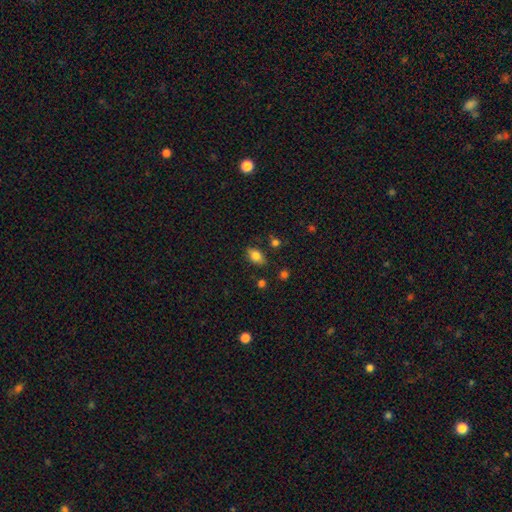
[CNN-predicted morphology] A smooth galaxy with no disk features (80%) that is in between round and cigar-shaped (86%). Merging: none (78%).